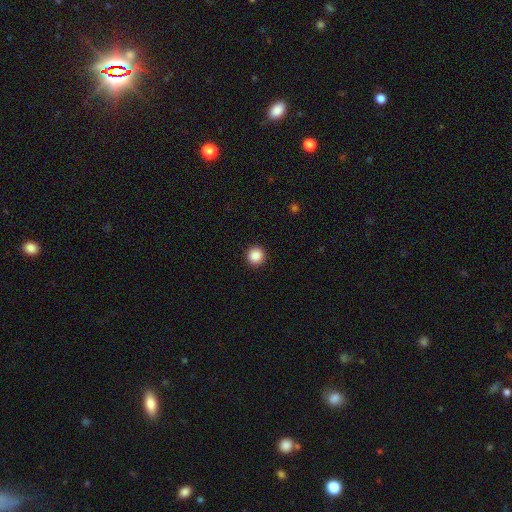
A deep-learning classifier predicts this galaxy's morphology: type=smooth (88%); roundness=round (95%); merging=none (93%).